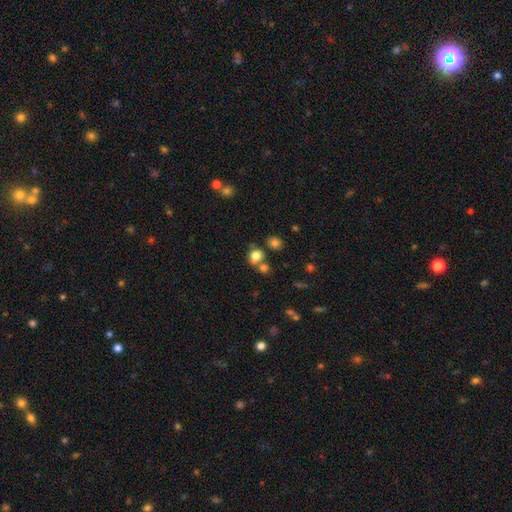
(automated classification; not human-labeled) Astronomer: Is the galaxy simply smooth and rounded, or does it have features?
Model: smooth — 78%.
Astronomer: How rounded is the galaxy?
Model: round — 69%.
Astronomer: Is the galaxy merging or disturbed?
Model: none — 52% (runner-up: merger, 32%).